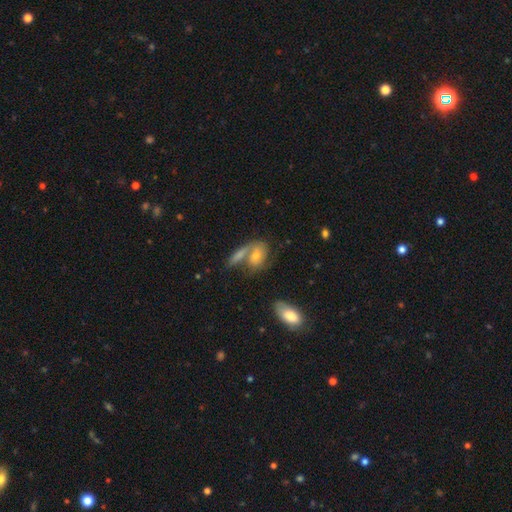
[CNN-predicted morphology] The model was most divided on "smooth or featured": smooth: 46%, featured or disk: 43%, star or artifact: 10%. Remaining: merging — merger (42%).